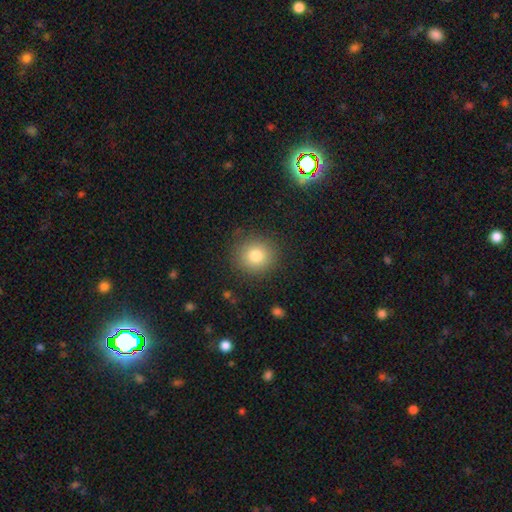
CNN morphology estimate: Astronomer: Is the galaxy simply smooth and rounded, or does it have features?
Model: smooth — 79%.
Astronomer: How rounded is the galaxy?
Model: round — 92%.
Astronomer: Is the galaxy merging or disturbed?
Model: none — 88%.